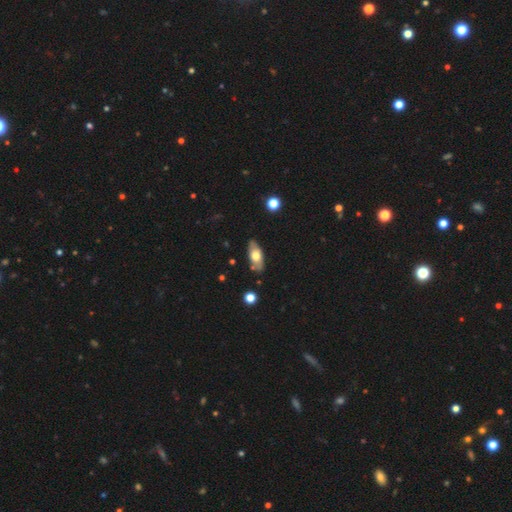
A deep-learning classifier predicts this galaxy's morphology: This appears to be a smooth galaxy with no disk features (59%) that is in between round and cigar-shaped (84%). Merging: none (80%).